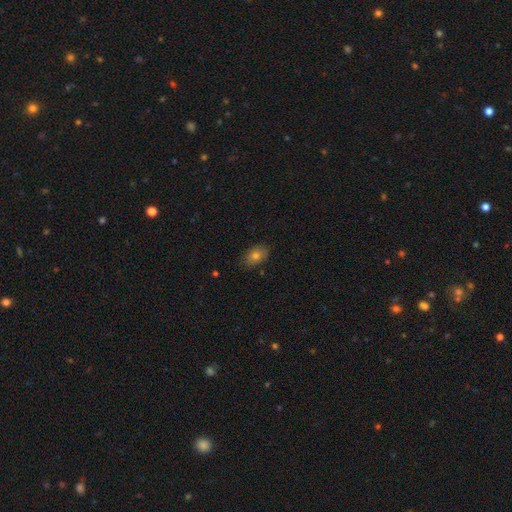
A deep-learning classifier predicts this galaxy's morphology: smooth 77%, featured or disk 13%, star or artifact 10%. Down the decision tree: how rounded — in between (84%); merging — none (84%).